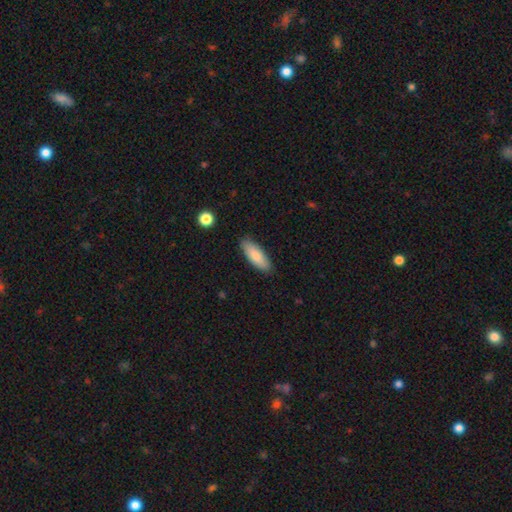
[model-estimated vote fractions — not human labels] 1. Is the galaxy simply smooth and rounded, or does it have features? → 82% smooth, 12% featured or disk, 6% star or artifact.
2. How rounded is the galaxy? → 62% in between, 36% cigar-shaped, 2% round.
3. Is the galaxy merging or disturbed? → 86% none, 11% minor disturbance, 2% major disturbance, 1% merger.